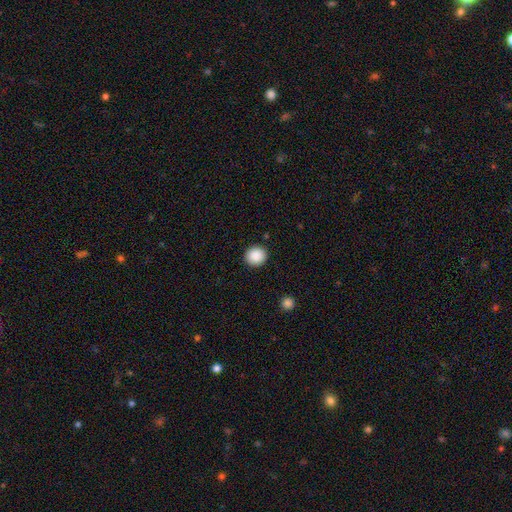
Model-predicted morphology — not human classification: A smooth galaxy with no disk features (89%) that is round (88%). Merging: none (91%).